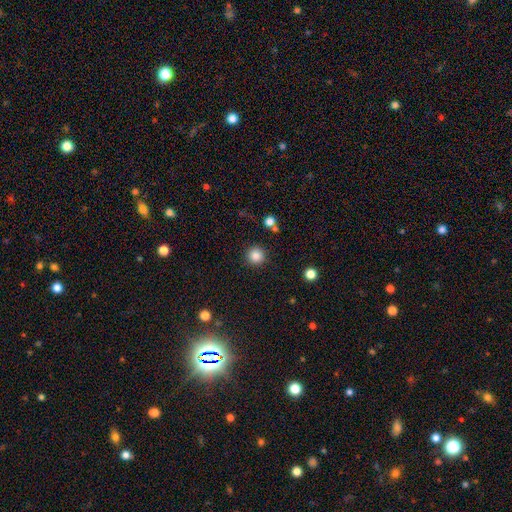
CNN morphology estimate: A smooth galaxy with no disk features (85%) that is round (95%).

Vote fractions:
- Smooth or featured? smooth: 85% / star or artifact: 11% / featured or disk: 4%
- How rounded? round: 95% / in between: 4% / cigar-shaped: 1%
- Merging? none: 91% / minor disturbance: 5% / major disturbance: 2% / merger: 2%